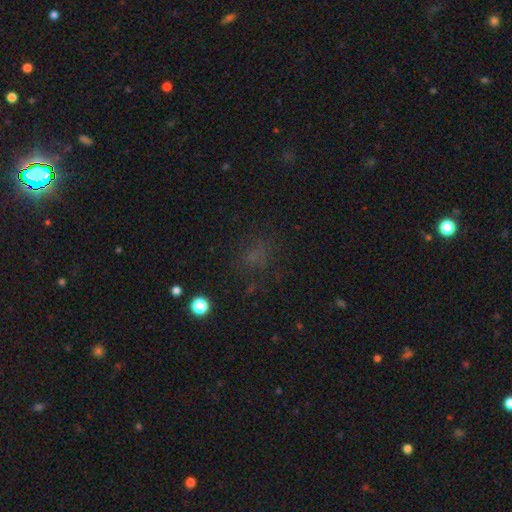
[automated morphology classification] Smooth or featured?
  - smooth: 55% *
  - star or artifact: 34%
  - featured or disk: 11%
How rounded?
  - round: 51% *
  - in between: 47%
  - cigar-shaped: 2%
Merging?
  - none: 71% *
  - minor disturbance: 15%
  - major disturbance: 11%
  - merger: 3%